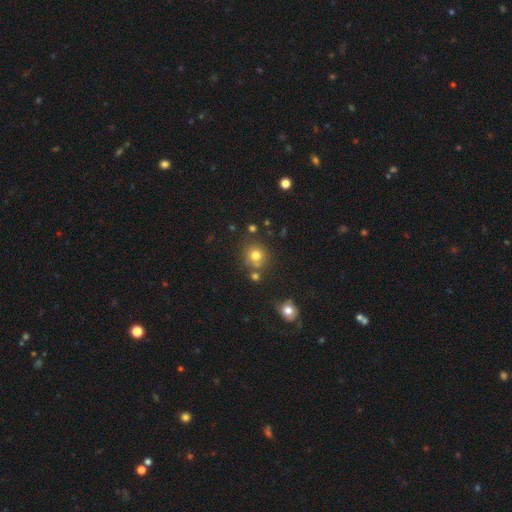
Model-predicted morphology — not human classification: type=smooth (76%); roundness=round (88%); merging=none (74%).